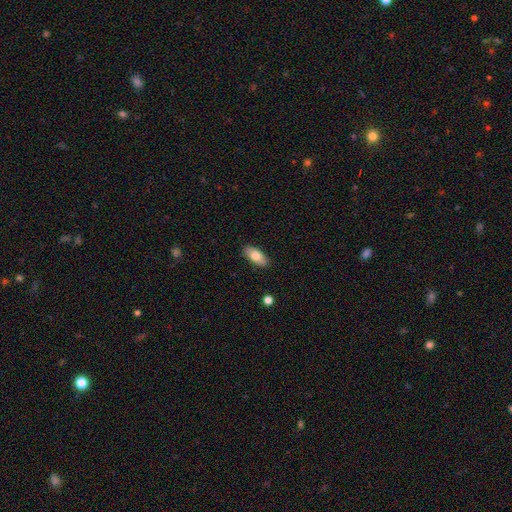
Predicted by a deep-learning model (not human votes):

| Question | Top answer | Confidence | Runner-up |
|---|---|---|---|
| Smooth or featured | smooth | 75% | featured or disk (18%) |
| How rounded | in between | 88% | cigar-shaped (10%) |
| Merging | none | 89% | minor disturbance (9%) |